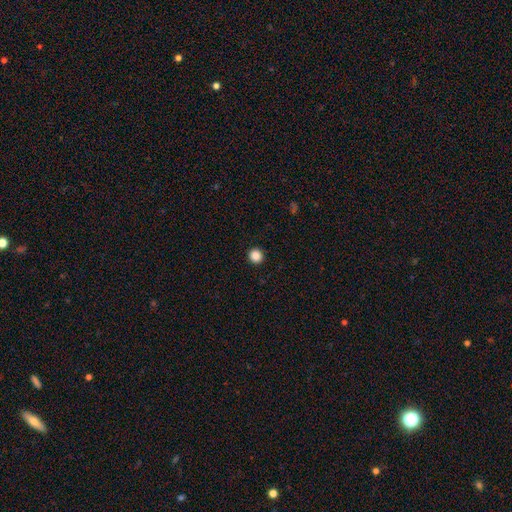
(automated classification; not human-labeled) The model was most divided on "smooth or featured": smooth: 87%, star or artifact: 10%, featured or disk: 3%. More confident: how rounded — round (95%); merging — none (94%).